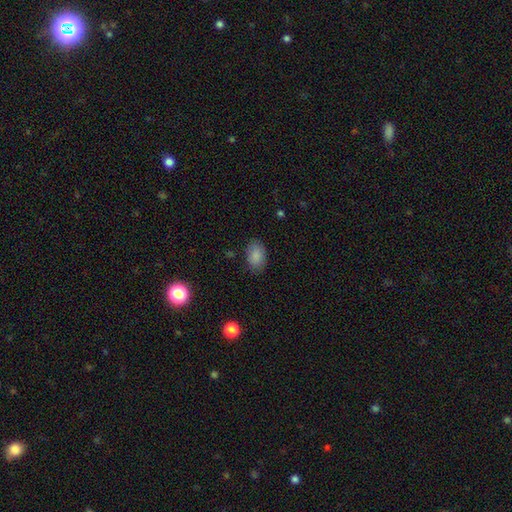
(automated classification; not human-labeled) Q: Smooth or featured?
A: smooth (87%); runner-up: star or artifact (8%)
Q: How rounded?
A: in between (89%); runner-up: round (10%)
Q: Merging?
A: none (81%); runner-up: minor disturbance (14%)